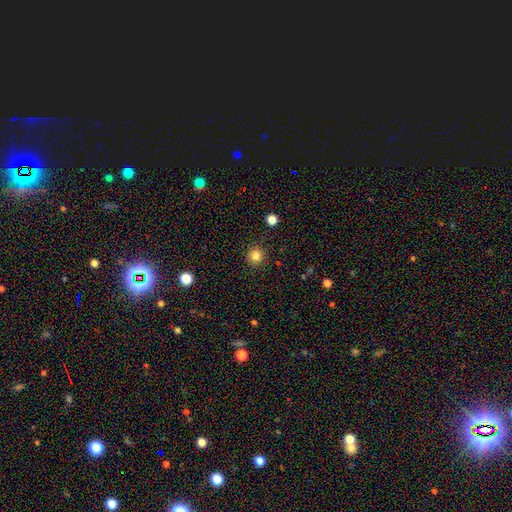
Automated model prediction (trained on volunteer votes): Smooth or featured: smooth — 83% (star or artifact — 12%)
How rounded: round — 94% (in between — 5%)
Merging: none — 91% (minor disturbance — 6%)